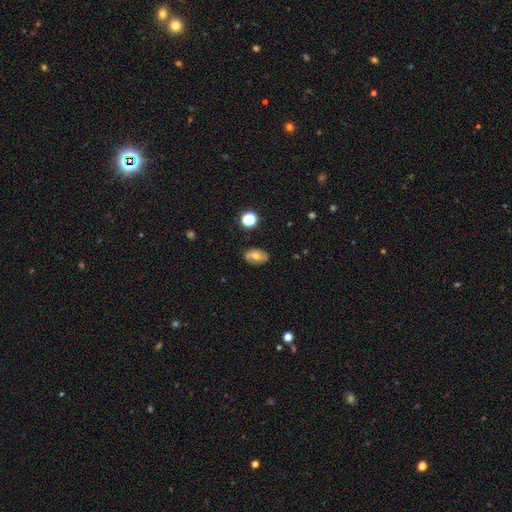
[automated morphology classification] featured or disk 47%, smooth 42%, star or artifact 11%. Down the decision tree: merging — none (81%).